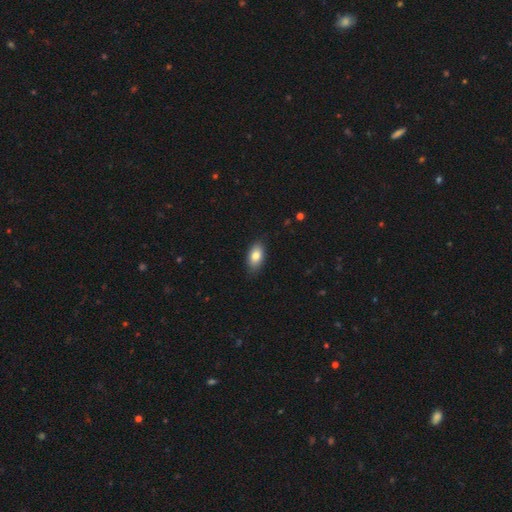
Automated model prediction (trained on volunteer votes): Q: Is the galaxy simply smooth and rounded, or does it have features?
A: smooth — 81%.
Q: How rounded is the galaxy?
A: in between — 91%.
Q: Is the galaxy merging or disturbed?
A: none — 84%.